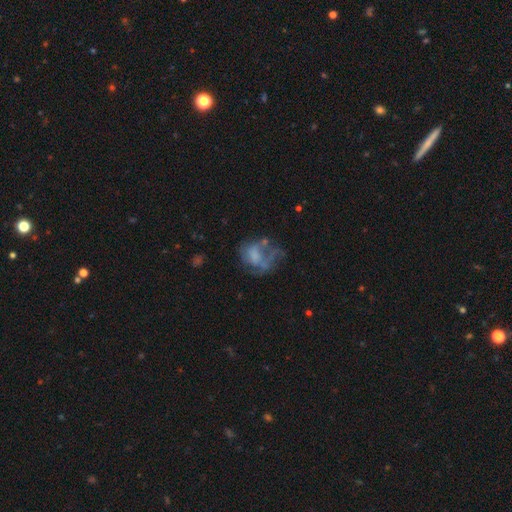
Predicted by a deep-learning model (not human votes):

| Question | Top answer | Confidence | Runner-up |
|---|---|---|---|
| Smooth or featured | featured or disk | 51% | smooth (36%) |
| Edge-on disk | no | 98% | yes (2%) |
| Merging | major disturbance | 40% | none (32%) |